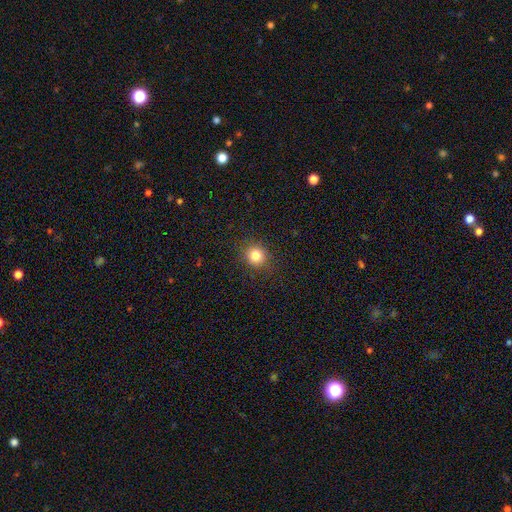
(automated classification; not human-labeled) Smooth or featured: smooth — 83% (star or artifact — 12%)
How rounded: round — 85% (in between — 14%)
Merging: none — 89% (minor disturbance — 7%)